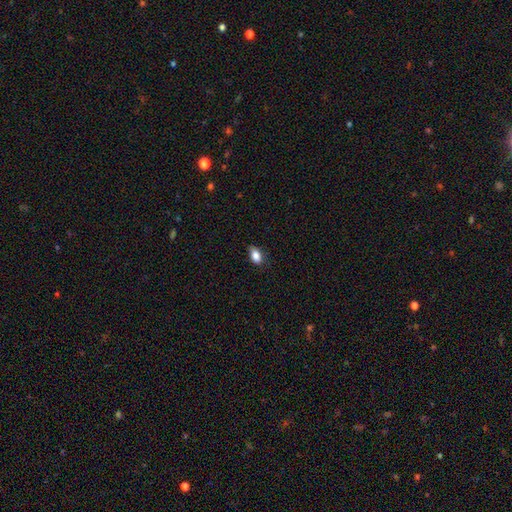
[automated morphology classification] Smooth or featured: smooth — 85% (star or artifact — 8%)
How rounded: in between — 87% (round — 9%)
Merging: none — 78% (minor disturbance — 18%)